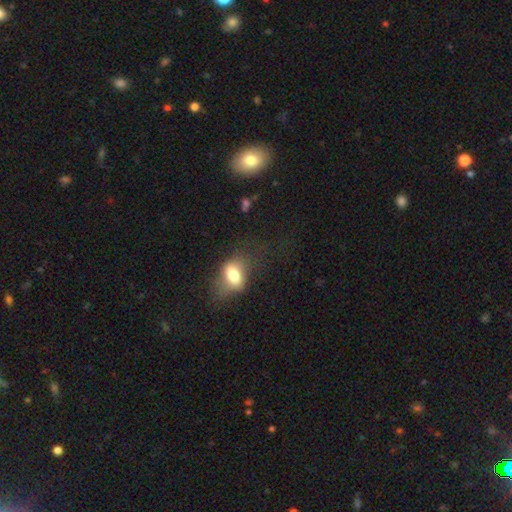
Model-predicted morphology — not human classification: Smooth or featured: smooth — 58% (featured or disk — 23%)
How rounded: in between — 70% (round — 26%)
Merging: none — 49% (minor disturbance — 24%)